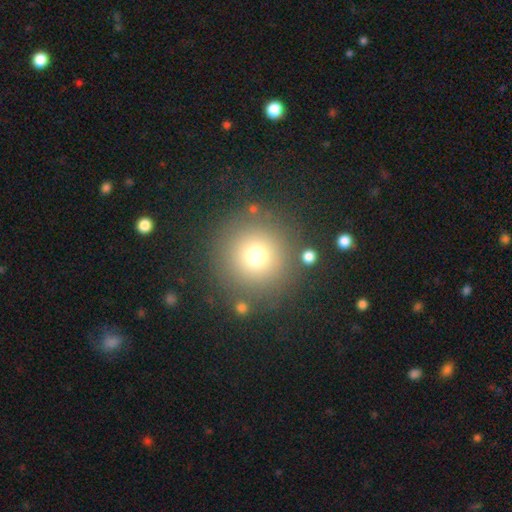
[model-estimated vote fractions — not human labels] A smooth galaxy with no disk features (72%) that is round (96%).

Vote fractions:
- Smooth or featured? smooth: 72% / star or artifact: 17% / featured or disk: 12%
- How rounded? round: 96% / in between: 3% / cigar-shaped: 1%
- Merging? none: 84% / minor disturbance: 8% / major disturbance: 5% / merger: 4%